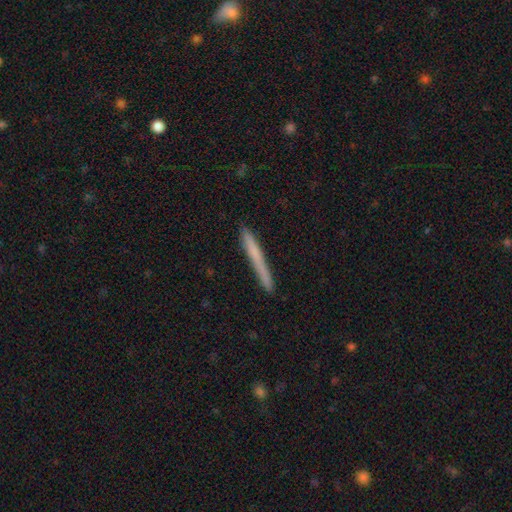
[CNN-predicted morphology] Q: Smooth or featured?
A: smooth (64%); runner-up: featured or disk (29%)
Q: How rounded?
A: cigar-shaped (97%); runner-up: in between (2%)
Q: Merging?
A: none (88%); runner-up: minor disturbance (9%)